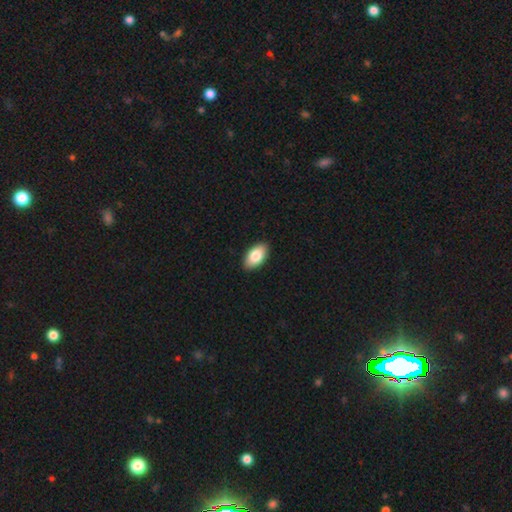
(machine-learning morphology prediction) This is clearly a smooth galaxy (84%). How rounded: clearly in between (95%). Merging: clearly none (91%).